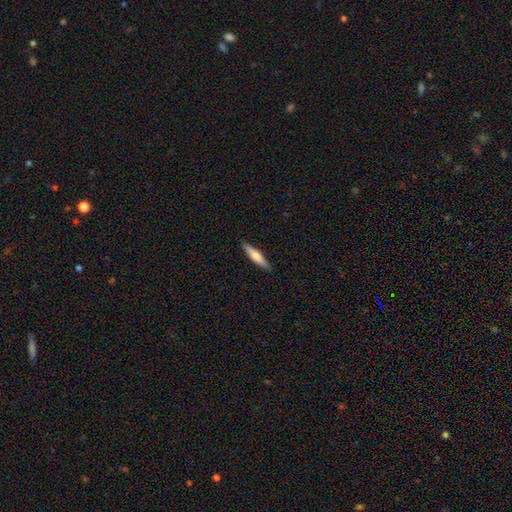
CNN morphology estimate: Smooth or featured? smooth (63%)
How rounded? cigar-shaped (87%)
Merging? none (90%)